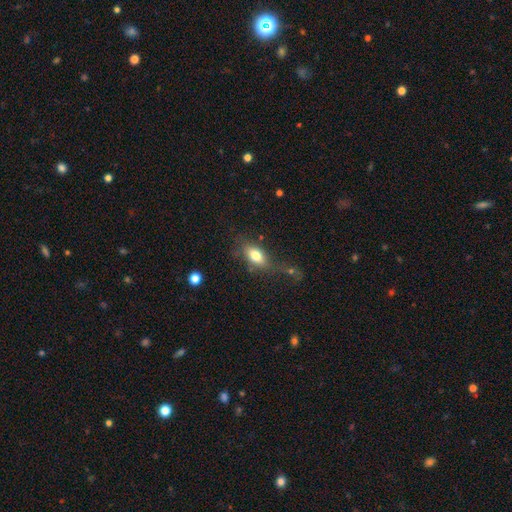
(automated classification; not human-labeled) The model was most divided on "merging": none: 55%, minor disturbance: 21%, major disturbance: 15%, merger: 9%. More confident: how rounded — in between (85%); smooth or featured — smooth (75%).